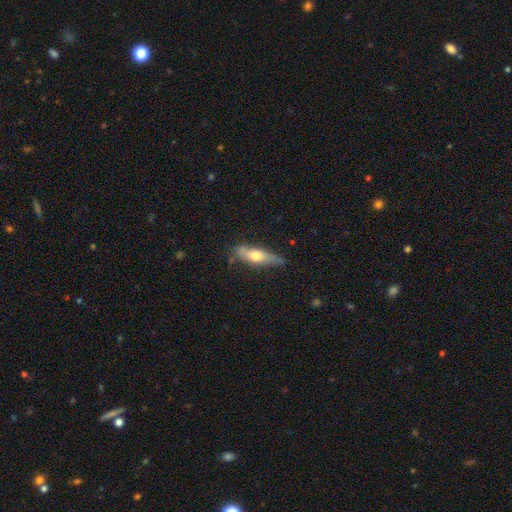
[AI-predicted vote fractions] This is possibly a smooth galaxy (55%). How rounded: likely cigar-shaped (63%). Merging: likely none (67%).